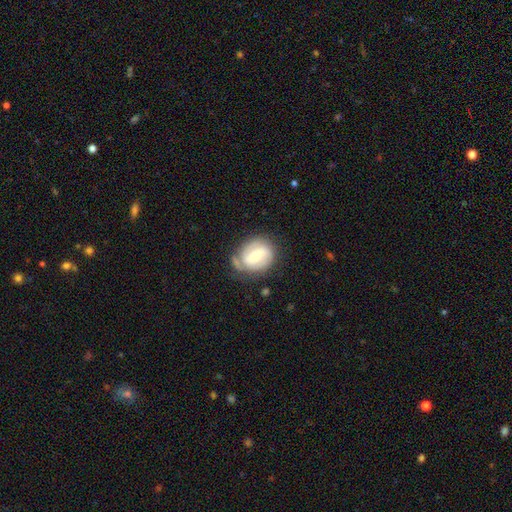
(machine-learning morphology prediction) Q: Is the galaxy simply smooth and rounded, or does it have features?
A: featured or disk — 60%.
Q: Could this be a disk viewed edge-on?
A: no — 96%.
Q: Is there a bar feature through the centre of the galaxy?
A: weak — 47%.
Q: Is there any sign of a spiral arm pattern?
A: yes — 76%.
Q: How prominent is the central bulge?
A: moderate — 62%.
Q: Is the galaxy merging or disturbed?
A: none — 57%.